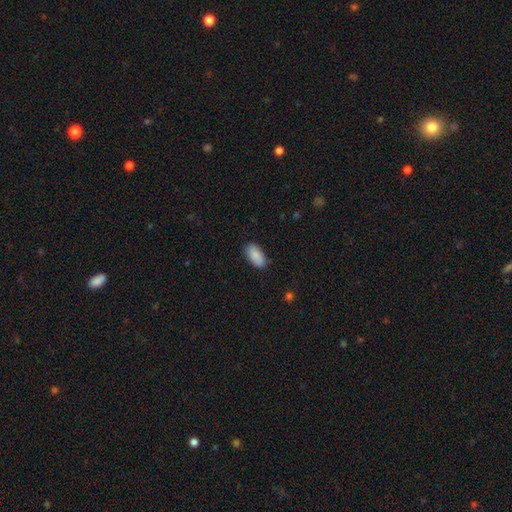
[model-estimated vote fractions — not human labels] This appears to be a smooth galaxy with no disk features (89%) that is in between round and cigar-shaped (94%). Merging: none (85%).